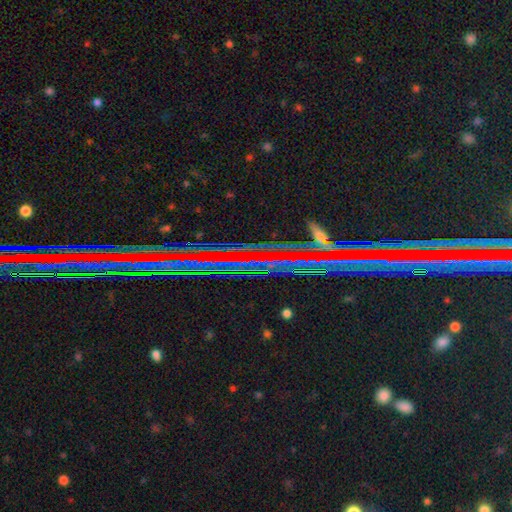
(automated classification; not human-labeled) This is likely a star or artifact rather than a galaxy (77%).